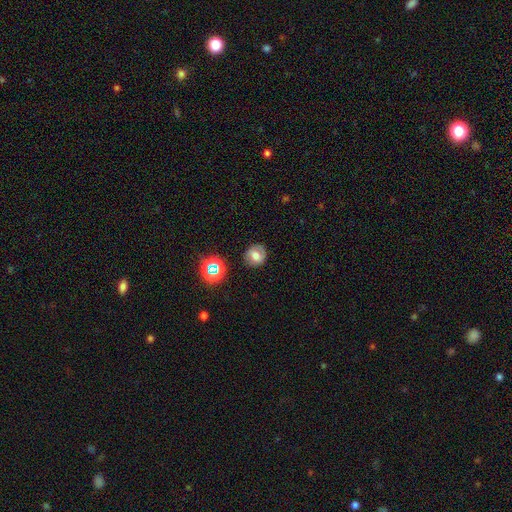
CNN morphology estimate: This is possibly a smooth galaxy (59%). How rounded: clearly round (82%). Merging: clearly none (82%).